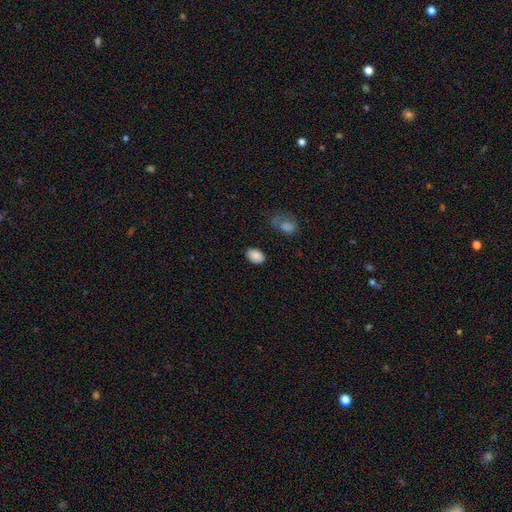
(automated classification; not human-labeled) Smooth or featured? Predicted: smooth (p=0.88). How rounded? Predicted: in between (p=0.85). Merging? Predicted: none (p=0.83).